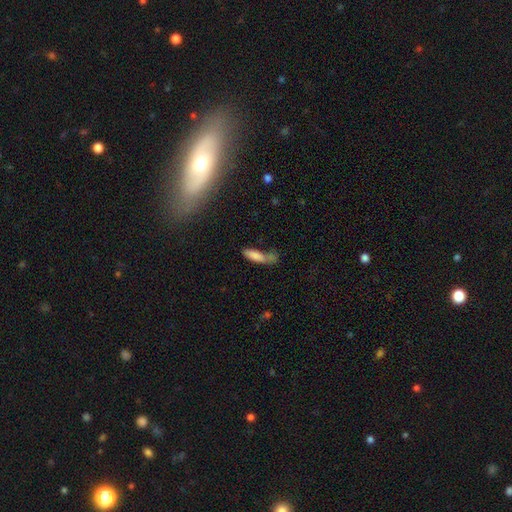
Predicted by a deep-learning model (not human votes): smooth 80%, featured or disk 12%, star or artifact 9%. Down the decision tree: how rounded — cigar-shaped (53%); merging — none (40%).